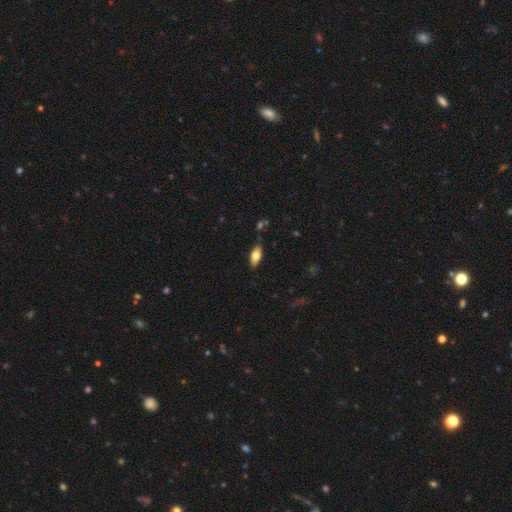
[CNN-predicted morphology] type=smooth (72%); roundness=in between (86%); merging=none (82%).